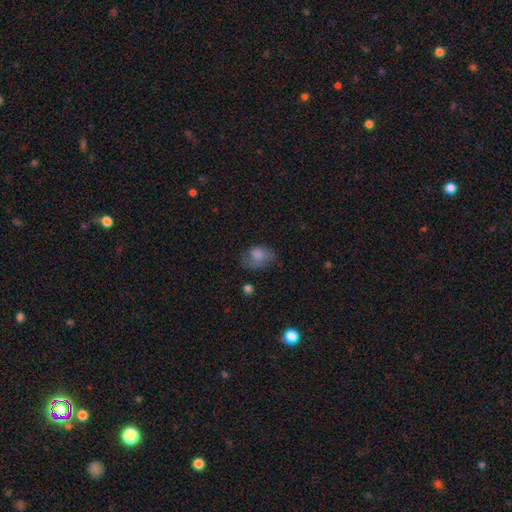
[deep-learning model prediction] This is likely a smooth galaxy (62%). How rounded: likely in between (65%). Merging: possibly none (53%).